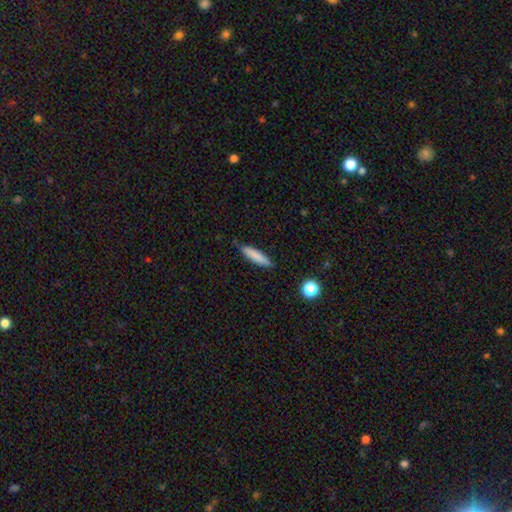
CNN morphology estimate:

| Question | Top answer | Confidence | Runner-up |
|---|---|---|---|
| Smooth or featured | smooth | 82% | featured or disk (11%) |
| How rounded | cigar-shaped | 83% | in between (16%) |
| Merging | none | 84% | minor disturbance (12%) |